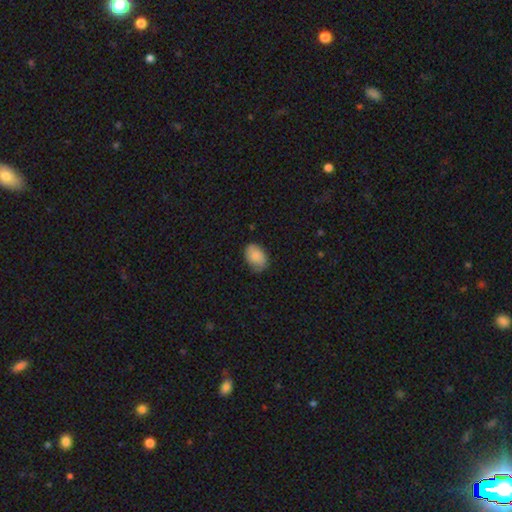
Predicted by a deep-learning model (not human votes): A smooth galaxy with no disk features (85%) that is in between round and cigar-shaped (84%).

Vote fractions:
- Smooth or featured? smooth: 85% / featured or disk: 8% / star or artifact: 7%
- How rounded? in between: 84% / round: 15% / cigar-shaped: 1%
- Merging? none: 74% / minor disturbance: 21% / major disturbance: 4% / merger: 1%